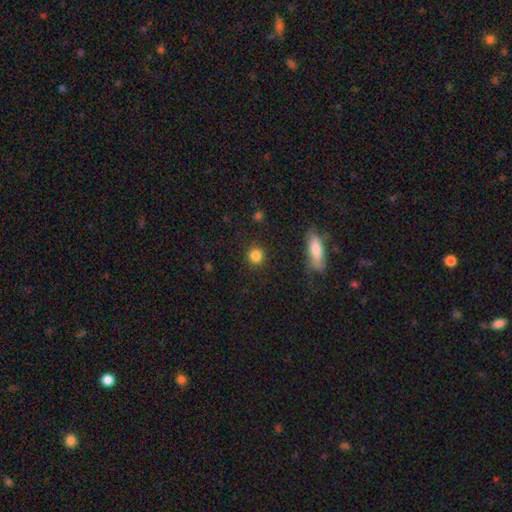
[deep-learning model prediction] Overall: smooth (85%). How rounded: round (90%). Merging: none (89%).